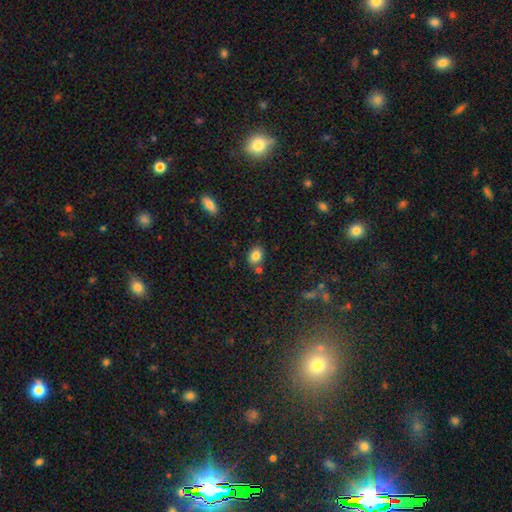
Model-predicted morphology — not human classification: Overall: smooth (83%). How rounded: in between (67%; round 32%). Merging: none (72%).